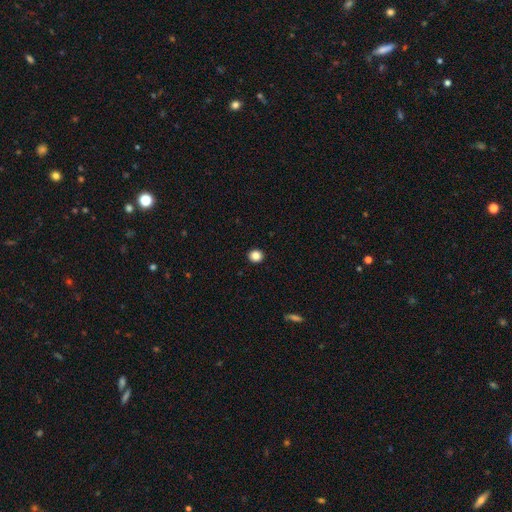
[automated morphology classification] smooth_or_featured: smooth (p=0.86) [alt: star or artifact p=0.11]
how_rounded: round (p=0.90) [alt: in between p=0.09]
merging: none (p=0.93) [alt: minor disturbance p=0.04]